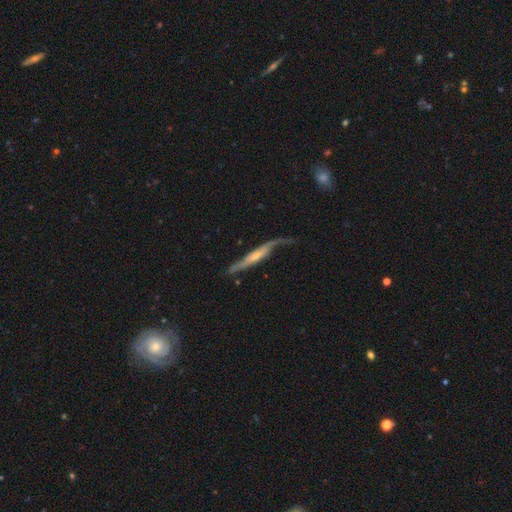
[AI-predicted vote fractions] A featured or disk galaxy (72%) viewed edge-on (63%). Merging: none (50%).